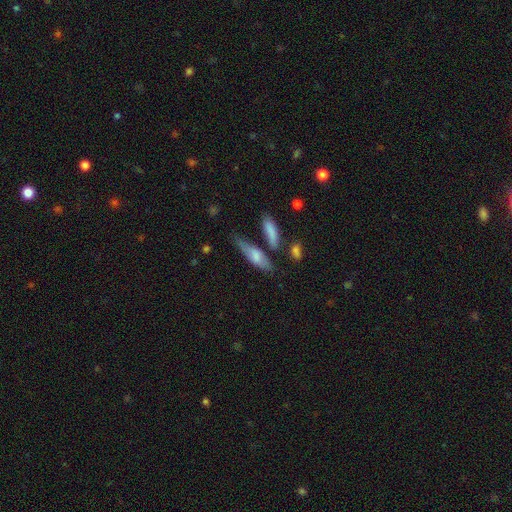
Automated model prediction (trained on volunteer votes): Morphology: type=smooth (64%); roundness=cigar-shaped (50%); merging=none (47%).